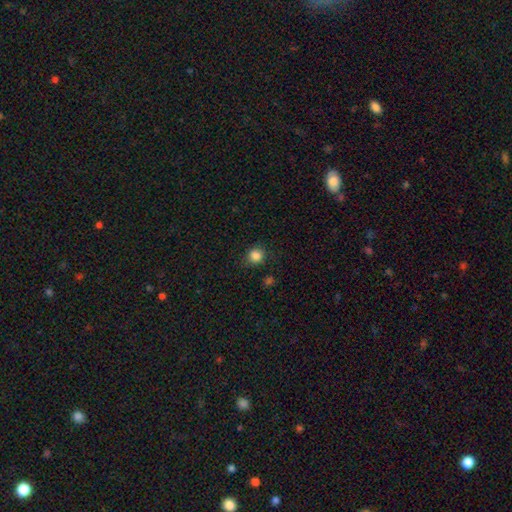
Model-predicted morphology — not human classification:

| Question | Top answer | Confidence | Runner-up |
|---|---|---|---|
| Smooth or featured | smooth | 85% | star or artifact (12%) |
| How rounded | round | 88% | in between (11%) |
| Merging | none | 84% | minor disturbance (11%) |